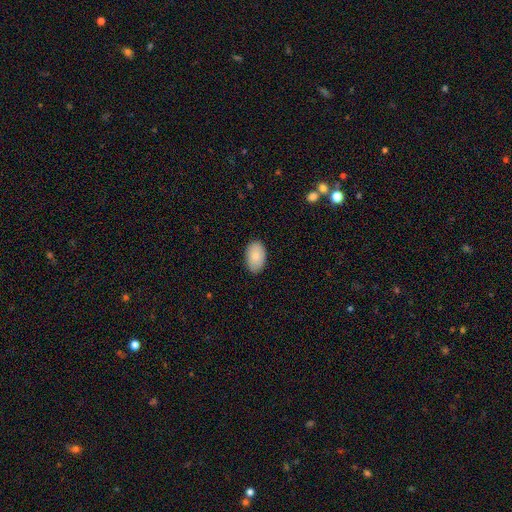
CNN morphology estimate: smooth 85%, featured or disk 9%, star or artifact 6%. Down the decision tree: how rounded — in between (93%); merging — none (87%).